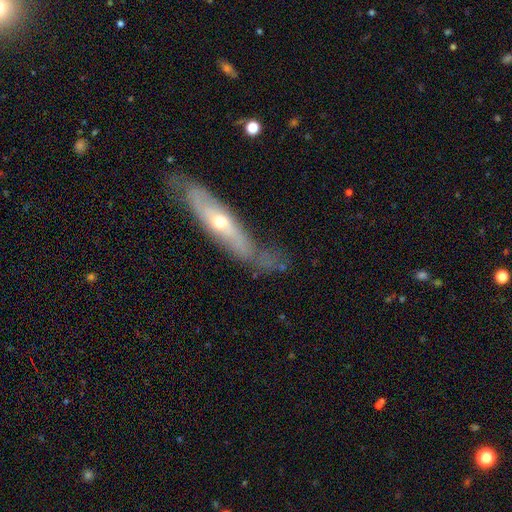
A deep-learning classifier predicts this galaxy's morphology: smooth_or_featured: featured or disk (p=0.66) [alt: smooth p=0.26]
disk_edge_on: yes (p=0.57) [alt: no p=0.43]
merging: none (p=0.58) [alt: minor disturbance p=0.27]